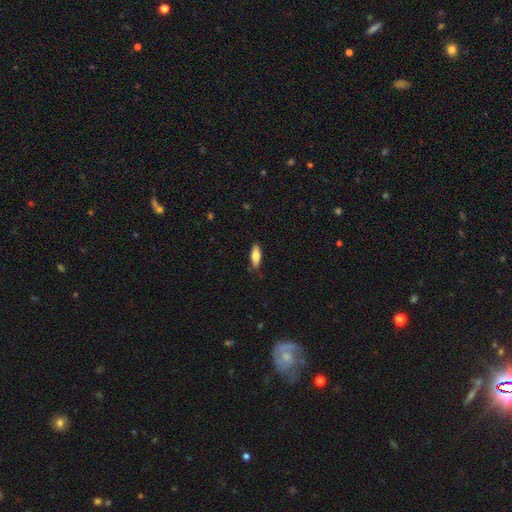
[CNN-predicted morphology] smooth 76%, featured or disk 18%, star or artifact 6%. Down the decision tree: how rounded — in between (62%); merging — none (84%).